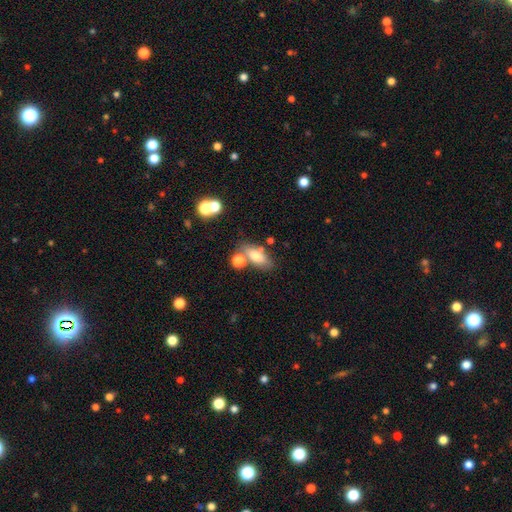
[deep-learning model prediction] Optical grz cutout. It shows a smooth galaxy with no disk features (73%) that is in between round and cigar-shaped (75%). Merging: none (61%).